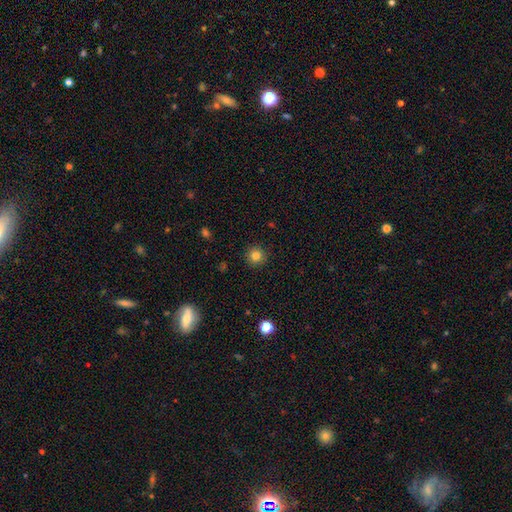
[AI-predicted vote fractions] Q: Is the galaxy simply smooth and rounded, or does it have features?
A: smooth — 82%.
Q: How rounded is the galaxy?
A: round — 94%.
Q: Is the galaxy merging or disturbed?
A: none — 92%.